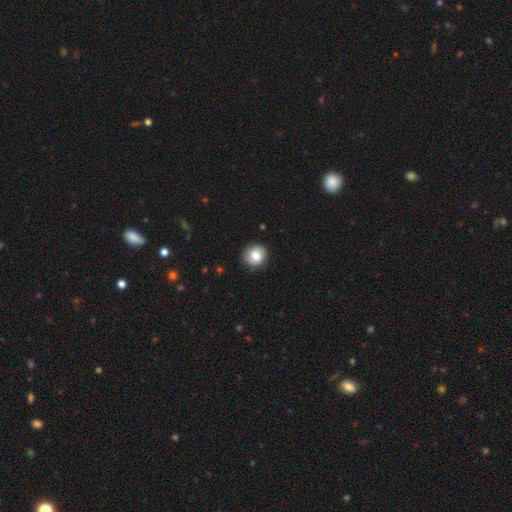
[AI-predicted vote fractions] Overall: smooth (79%). How rounded: round (89%). Merging: none (84%).